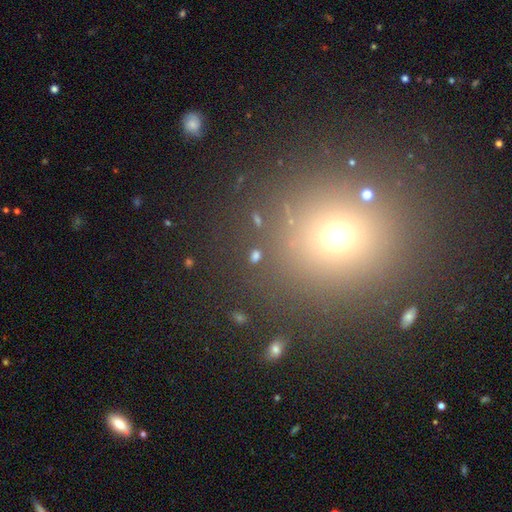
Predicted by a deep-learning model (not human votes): This is likely a smooth galaxy (67%). How rounded: possibly in between (50%). Merging: clearly none (83%).